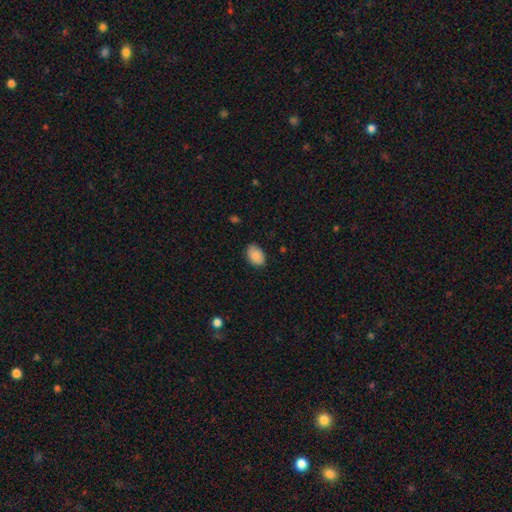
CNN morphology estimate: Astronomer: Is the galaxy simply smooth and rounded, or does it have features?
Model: smooth — 89%.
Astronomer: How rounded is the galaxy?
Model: in between — 81%.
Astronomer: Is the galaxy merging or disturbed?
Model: none — 83%.